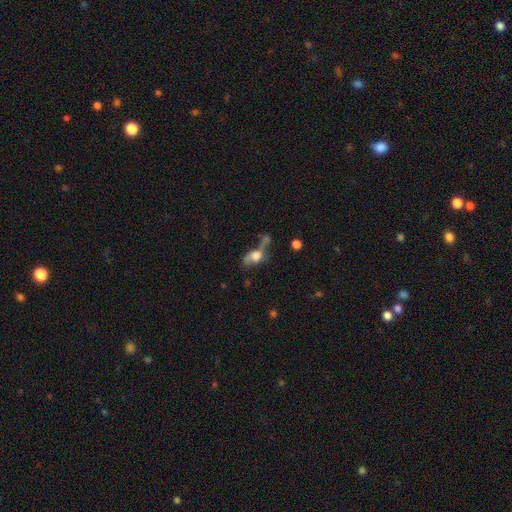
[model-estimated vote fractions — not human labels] Smooth or featured? smooth (51%)
How rounded? in between (64%)
Merging? major disturbance (32%)